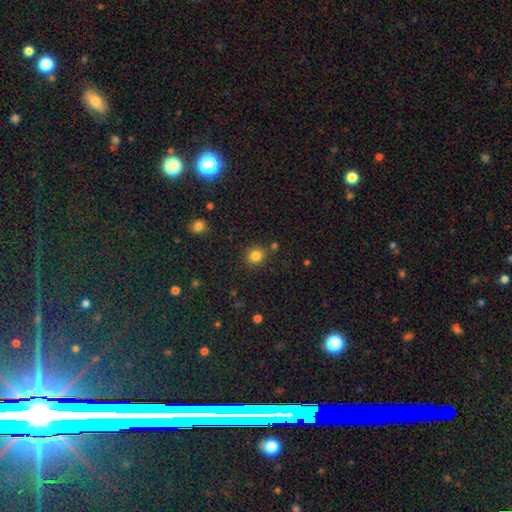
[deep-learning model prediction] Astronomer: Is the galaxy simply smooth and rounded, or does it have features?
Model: smooth — 83%.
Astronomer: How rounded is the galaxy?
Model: round — 87%.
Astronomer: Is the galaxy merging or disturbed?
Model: none — 82%.